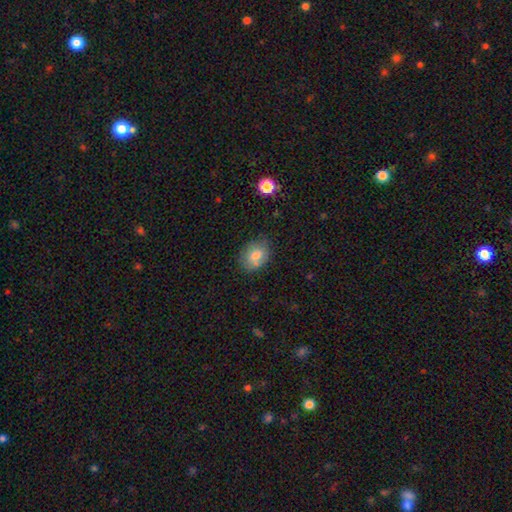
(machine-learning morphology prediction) Smooth or featured?
  - smooth: 75% *
  - featured or disk: 15%
  - star or artifact: 9%
How rounded?
  - in between: 66% *
  - round: 33%
  - cigar-shaped: 1%
Merging?
  - none: 70% *
  - minor disturbance: 19%
  - merger: 6%
  - major disturbance: 4%